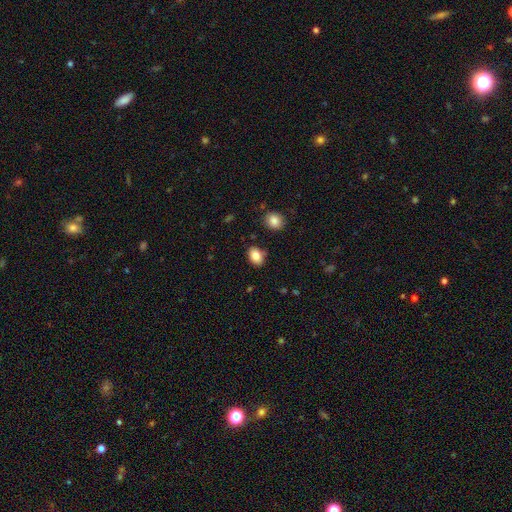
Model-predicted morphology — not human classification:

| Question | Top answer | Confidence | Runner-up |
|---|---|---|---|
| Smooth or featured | smooth | 85% | star or artifact (8%) |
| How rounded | in between | 79% | round (20%) |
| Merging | none | 83% | minor disturbance (11%) |